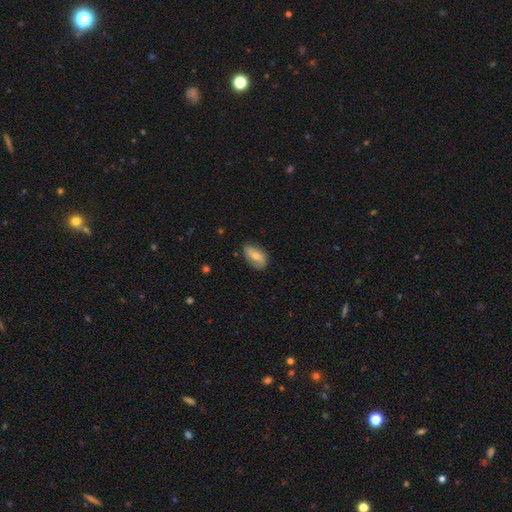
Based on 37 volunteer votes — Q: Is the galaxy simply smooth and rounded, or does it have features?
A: featured or disk — 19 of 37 (51%).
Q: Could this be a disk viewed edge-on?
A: no — 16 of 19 (84%).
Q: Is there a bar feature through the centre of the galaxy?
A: weak — 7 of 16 (44%).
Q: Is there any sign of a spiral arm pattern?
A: yes — 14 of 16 (88%).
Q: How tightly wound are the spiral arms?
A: medium — 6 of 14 (43%).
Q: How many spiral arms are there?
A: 2 — 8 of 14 (57%).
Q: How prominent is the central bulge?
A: small — 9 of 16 (56%).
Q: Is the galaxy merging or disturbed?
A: none — 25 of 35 (71%).